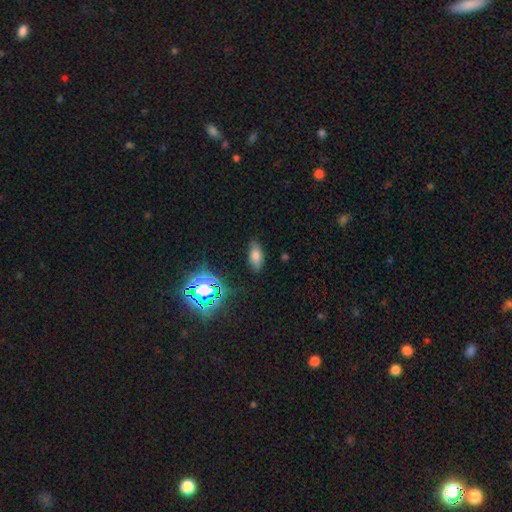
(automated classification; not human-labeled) smooth_or_featured: smooth (p=0.72) [alt: star or artifact p=0.17]
how_rounded: in between (p=0.88) [alt: cigar-shaped p=0.08]
merging: none (p=0.83) [alt: minor disturbance p=0.13]